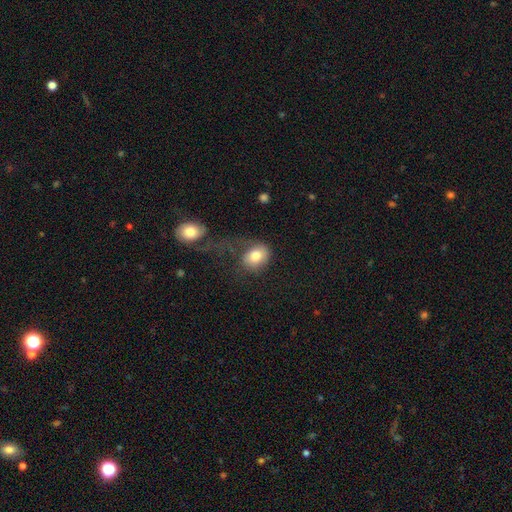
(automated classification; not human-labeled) smooth_or_featured: smooth (p=0.79) [alt: featured or disk p=0.13]
how_rounded: in between (p=0.56) [alt: round p=0.43]
merging: none (p=0.42) [alt: major disturbance p=0.31]